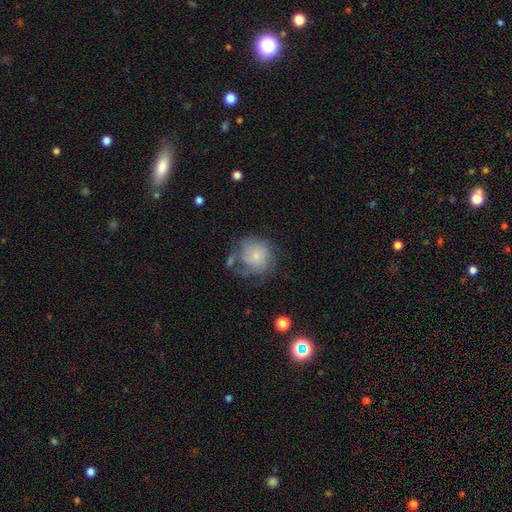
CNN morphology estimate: This appears to be a smooth galaxy with no disk features (52%) that is round (82%). Merging: none (46%).